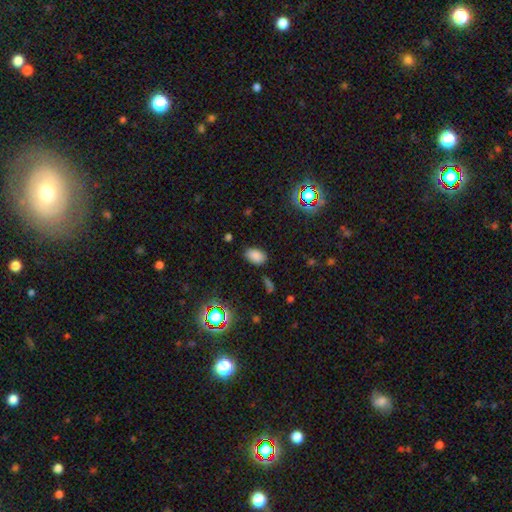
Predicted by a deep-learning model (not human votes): Smooth or featured? Predicted: smooth (p=0.81). How rounded? Predicted: in between (p=0.89). Merging? Predicted: none (p=0.81).